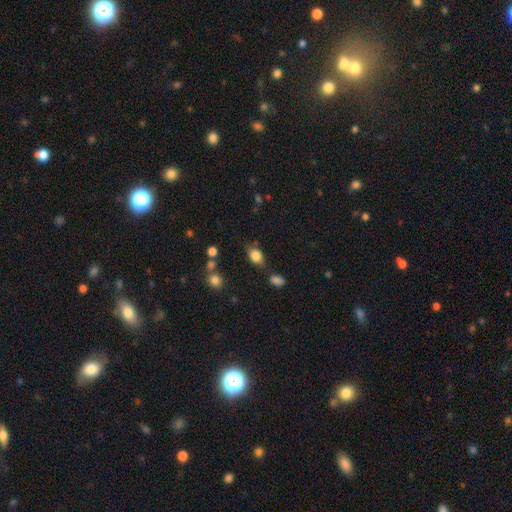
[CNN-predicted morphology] This is clearly a smooth galaxy (82%). How rounded: likely in between (72%). Merging: likely none (65%).